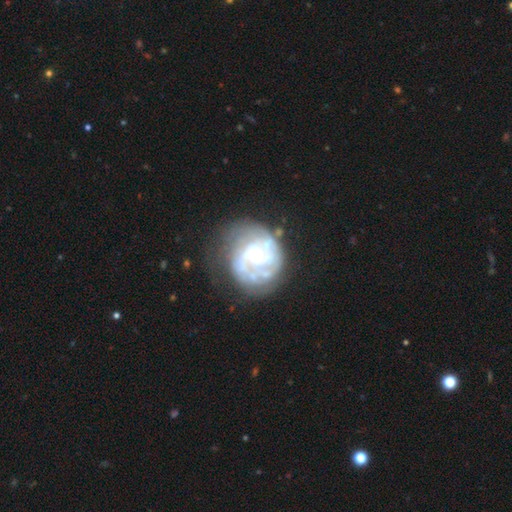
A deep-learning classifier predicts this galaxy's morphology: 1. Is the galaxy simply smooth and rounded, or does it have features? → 76% featured or disk, 16% smooth, 7% star or artifact.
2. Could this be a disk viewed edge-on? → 98% no, 2% yes.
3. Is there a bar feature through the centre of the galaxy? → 79% no, 17% weak, 4% strong.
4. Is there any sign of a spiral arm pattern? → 71% yes, 29% no.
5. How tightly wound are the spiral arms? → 58% tight, 29% medium, 13% loose.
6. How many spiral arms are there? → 46% can't tell, 22% 2, 14% 3, 7% 4, 6% 1, 5% more than 4.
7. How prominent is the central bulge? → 69% small, 22% moderate, 5% none, 2% large, 1% dominant.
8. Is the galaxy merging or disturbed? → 53% none, 22% minor disturbance, 20% major disturbance, 5% merger.